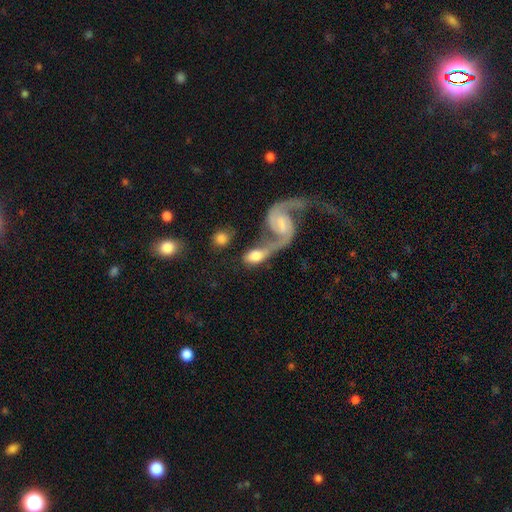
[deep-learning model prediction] Overall: featured or disk (48%; smooth 45%). Merging: merger (62%).